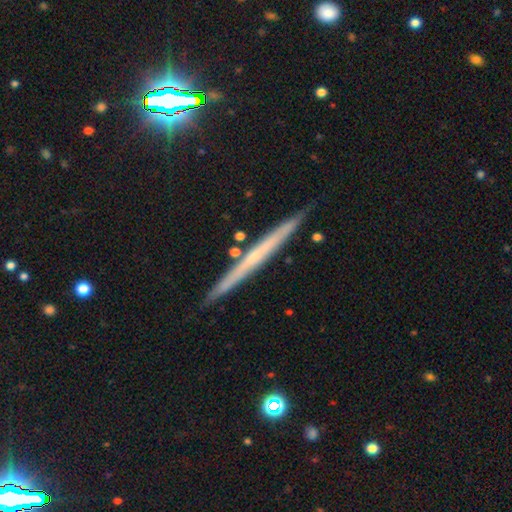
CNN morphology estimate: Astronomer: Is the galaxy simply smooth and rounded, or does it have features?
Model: featured or disk — 60%.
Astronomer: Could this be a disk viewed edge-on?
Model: yes — 97%.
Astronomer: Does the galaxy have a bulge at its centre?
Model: none — 79%.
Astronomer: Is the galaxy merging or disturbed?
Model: none — 89%.